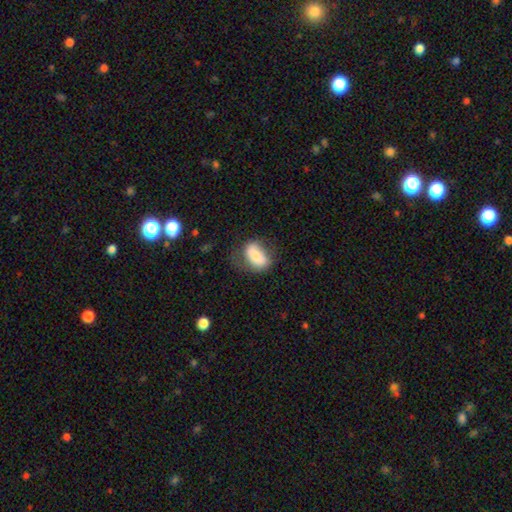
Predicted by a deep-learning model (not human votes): Q: Smooth or featured?
A: smooth (70%); runner-up: featured or disk (23%)
Q: How rounded?
A: in between (85%); runner-up: round (13%)
Q: Merging?
A: none (50%); runner-up: minor disturbance (30%)